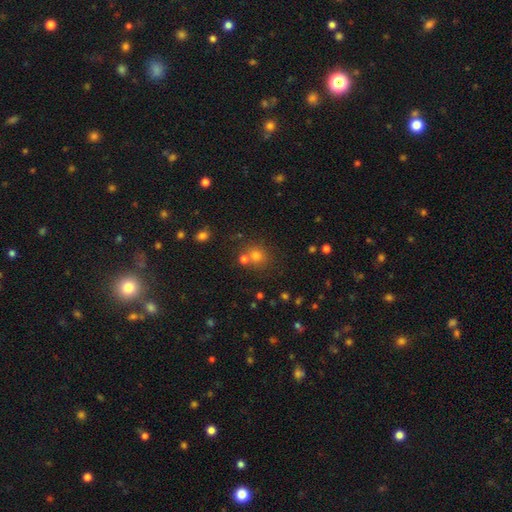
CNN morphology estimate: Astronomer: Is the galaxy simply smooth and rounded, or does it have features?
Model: smooth — 70%.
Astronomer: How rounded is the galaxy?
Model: round — 85%.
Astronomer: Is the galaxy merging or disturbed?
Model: none — 66%.